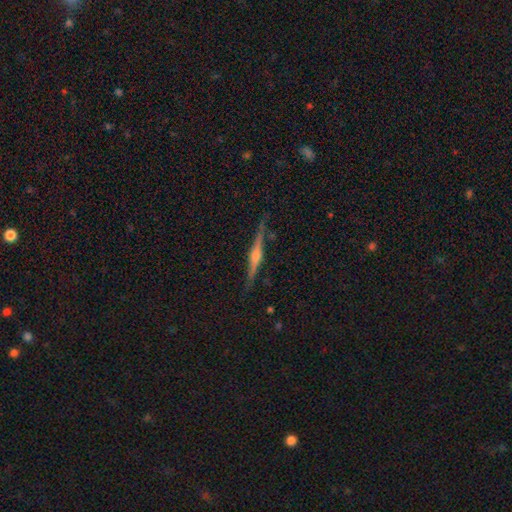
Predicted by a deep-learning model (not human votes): Overall: featured or disk (81%). Edge-on disk: yes (98%). Edge-on bulge: rounded (89%). Merging: none (86%).